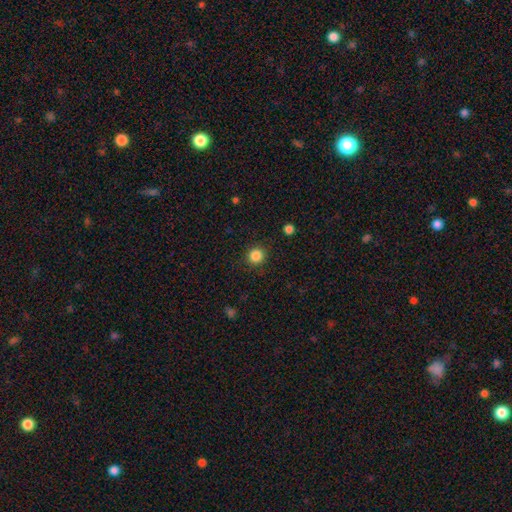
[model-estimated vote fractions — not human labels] smooth_or_featured: smooth (p=0.85) [alt: star or artifact p=0.11]
how_rounded: round (p=0.91) [alt: in between p=0.08]
merging: none (p=0.90) [alt: minor disturbance p=0.07]